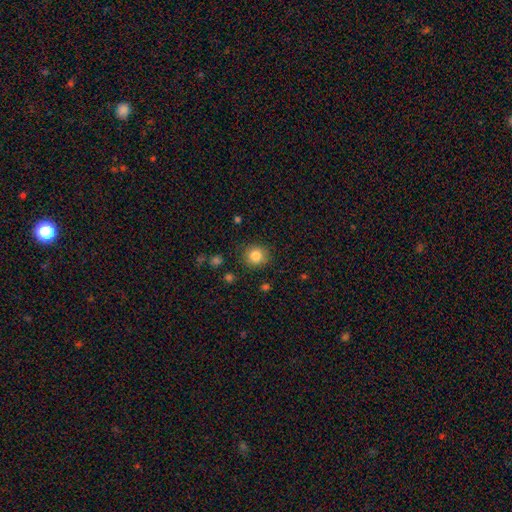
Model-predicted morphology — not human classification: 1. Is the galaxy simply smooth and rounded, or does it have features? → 84% smooth, 11% star or artifact, 6% featured or disk.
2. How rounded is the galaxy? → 89% round, 10% in between, 1% cigar-shaped.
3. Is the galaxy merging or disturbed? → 88% none, 8% minor disturbance, 3% major disturbance, 2% merger.